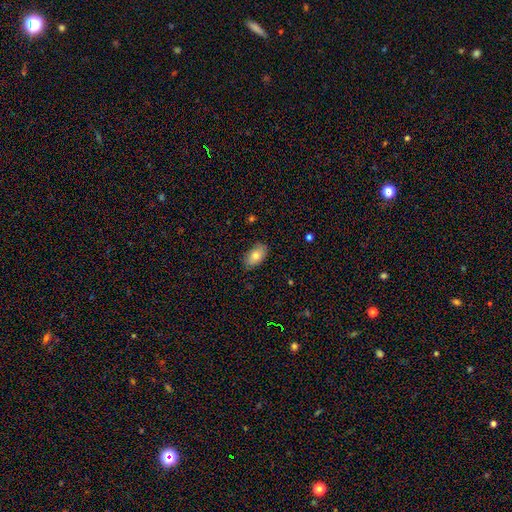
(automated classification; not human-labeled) The model was most divided on "smooth or featured": smooth: 79%, featured or disk: 14%, star or artifact: 7%. More confident: how rounded — in between (93%); merging — none (83%).